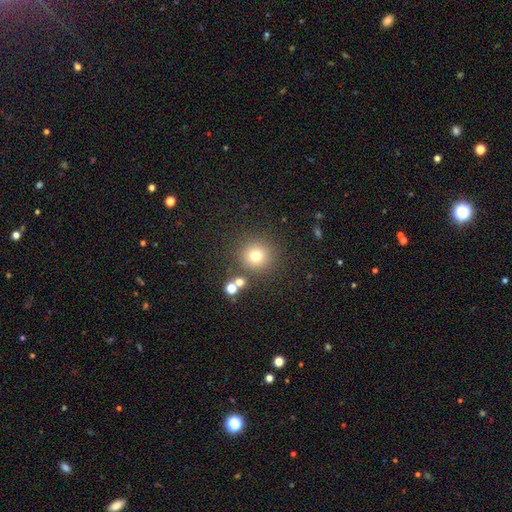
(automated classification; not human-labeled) Morphology: type=smooth (75%); roundness=round (95%); merging=none (83%).